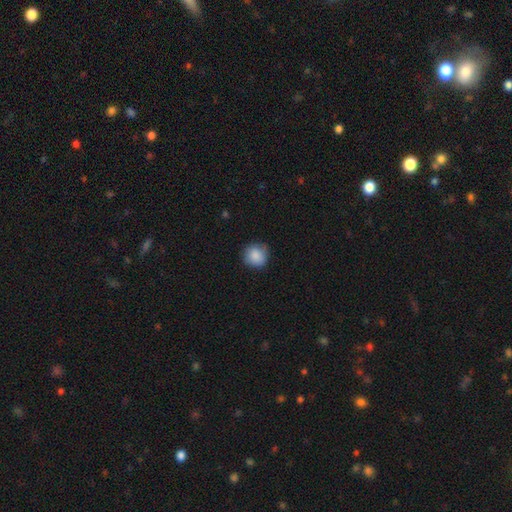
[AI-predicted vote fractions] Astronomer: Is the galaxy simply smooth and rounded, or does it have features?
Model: smooth — 87%.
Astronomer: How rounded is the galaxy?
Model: round — 91%.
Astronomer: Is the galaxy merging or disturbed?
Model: none — 81%.